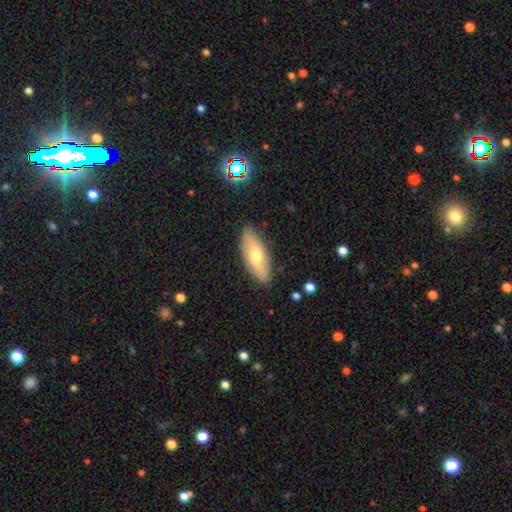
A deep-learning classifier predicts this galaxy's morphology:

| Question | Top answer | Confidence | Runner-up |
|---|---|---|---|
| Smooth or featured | smooth | 55% | featured or disk (38%) |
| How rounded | in between | 76% | cigar-shaped (21%) |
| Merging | none | 85% | minor disturbance (12%) |